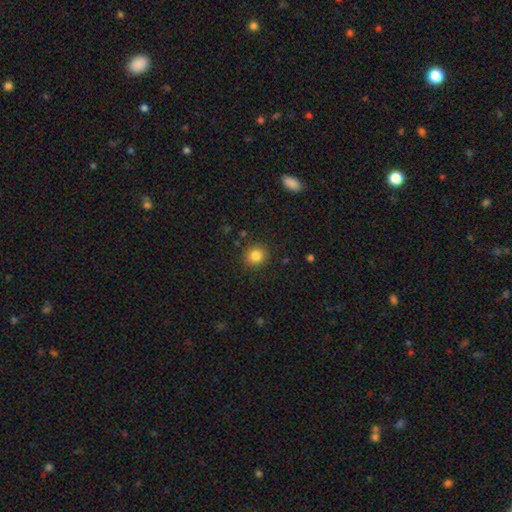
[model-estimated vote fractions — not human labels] A smooth galaxy with no disk features (84%) that is round (87%).

Vote fractions:
- Smooth or featured? smooth: 84% / star or artifact: 11% / featured or disk: 5%
- How rounded? round: 87% / in between: 12% / cigar-shaped: 1%
- Merging? none: 89% / minor disturbance: 7% / major disturbance: 2% / merger: 1%